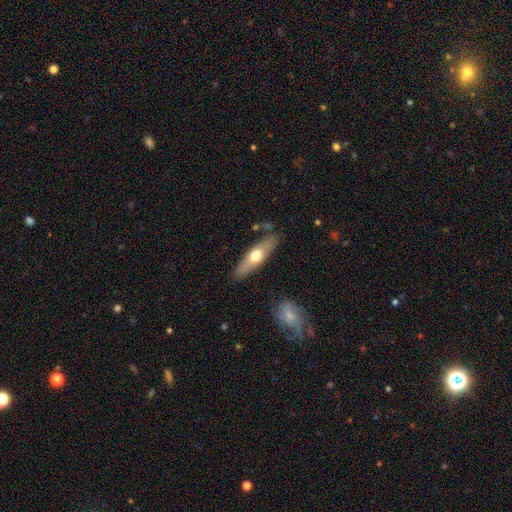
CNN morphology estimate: This is possibly a smooth galaxy (52%). How rounded: likely cigar-shaped (63%). Merging: clearly none (82%).